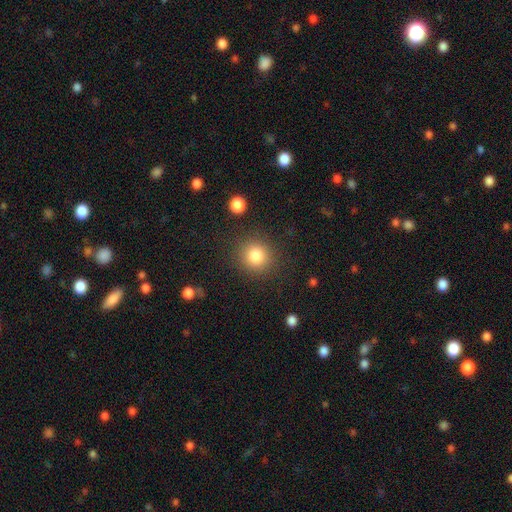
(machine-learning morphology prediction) Smooth or featured?
  - smooth: 83% *
  - star or artifact: 11%
  - featured or disk: 6%
How rounded?
  - round: 91% *
  - in between: 8%
  - cigar-shaped: 1%
Merging?
  - none: 87% *
  - minor disturbance: 7%
  - major disturbance: 4%
  - merger: 2%